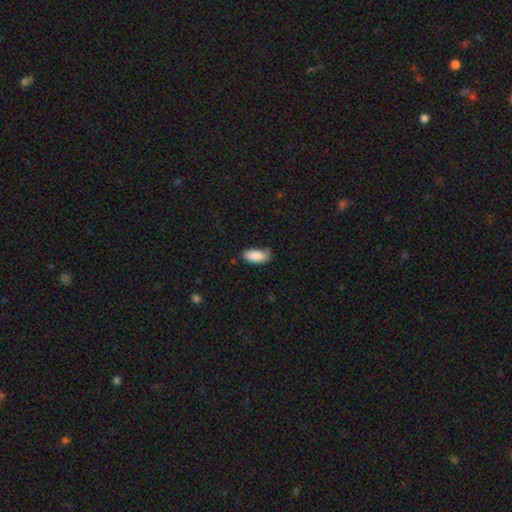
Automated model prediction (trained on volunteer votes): smooth-or-featured: smooth: 88% | star or artifact: 6% | featured or disk: 6%
  how-rounded: in between: 90% | cigar-shaped: 8% | round: 2%
  merging: none: 63% | minor disturbance: 29% | major disturbance: 6% | merger: 2%